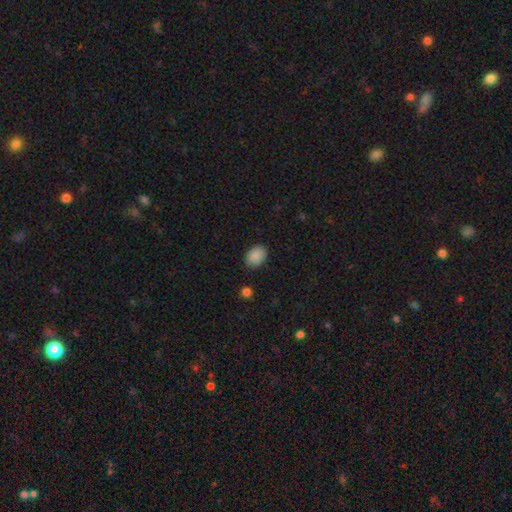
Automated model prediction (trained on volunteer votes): A smooth galaxy with no disk features (89%) that is in between round and cigar-shaped (71%). Merging: none (87%).